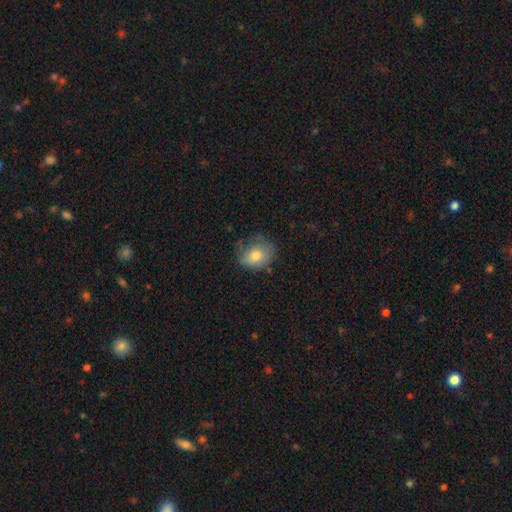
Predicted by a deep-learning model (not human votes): smooth_or_featured: smooth (p=0.78) [alt: featured or disk p=0.14]
how_rounded: in between (p=0.51) [alt: round p=0.48]
merging: none (p=0.58) [alt: minor disturbance p=0.29]